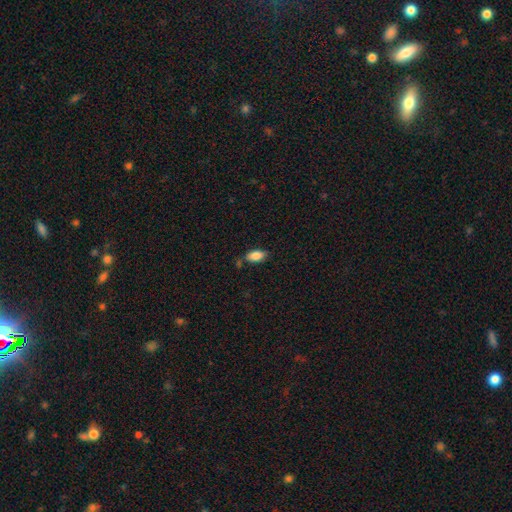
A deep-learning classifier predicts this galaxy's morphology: A smooth galaxy with no disk features (86%) that is in between round and cigar-shaped (91%). Merging: none (75%).